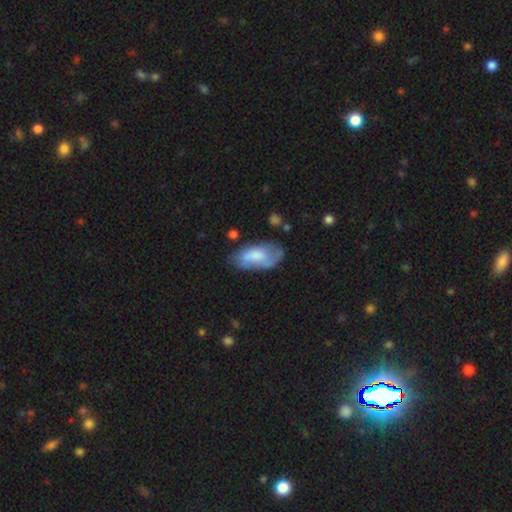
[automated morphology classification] A smooth galaxy with no disk features (62%) that is in between round and cigar-shaped (92%). Merging: none (54%).